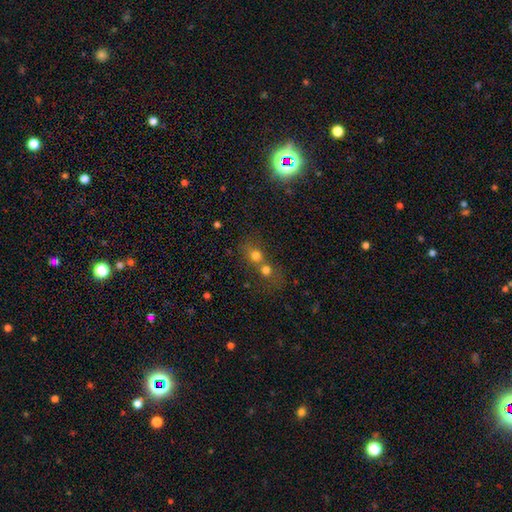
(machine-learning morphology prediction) Smooth or featured? Predicted: smooth (p=0.70). How rounded? Predicted: round (p=0.76). Merging? Predicted: merger (p=0.61).